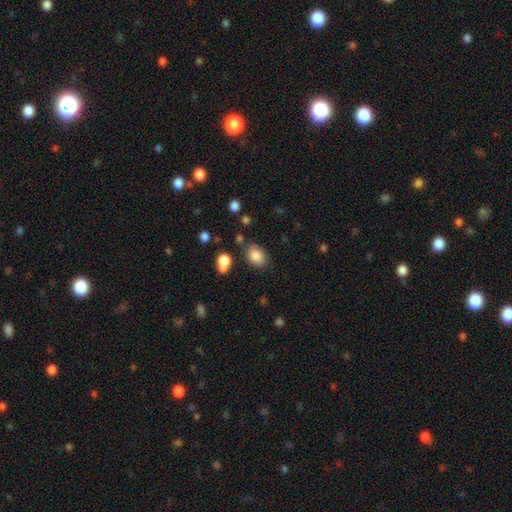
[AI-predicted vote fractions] Q: Smooth or featured?
A: smooth (84%); runner-up: star or artifact (9%)
Q: How rounded?
A: in between (73%); runner-up: round (25%)
Q: Merging?
A: none (72%); runner-up: minor disturbance (17%)